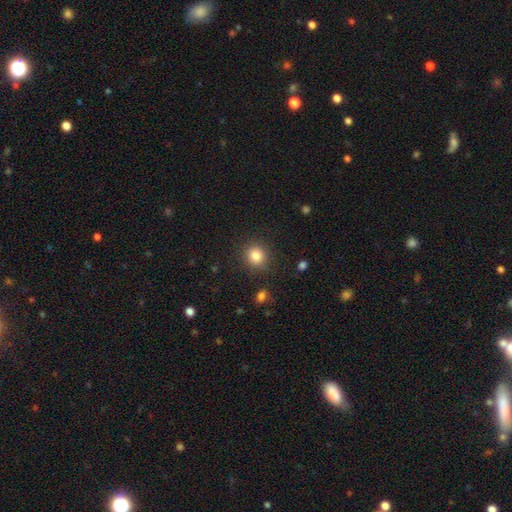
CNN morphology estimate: Smooth or featured? Predicted: smooth (p=0.84). How rounded? Predicted: round (p=0.87). Merging? Predicted: none (p=0.88).